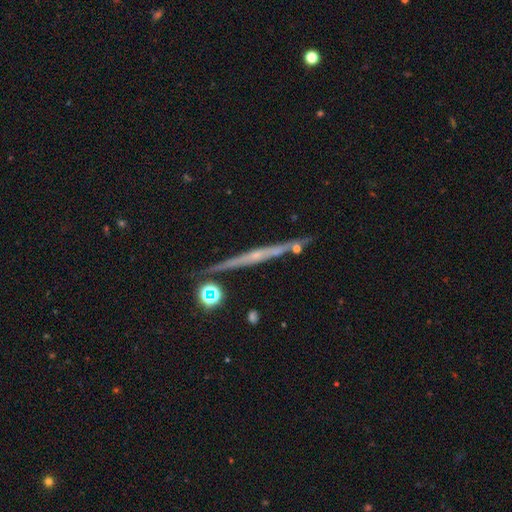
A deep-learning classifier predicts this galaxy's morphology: Overall: featured or disk (71%). Edge-on disk: yes (96%). Edge-on bulge: none (53%; rounded 41%). Merging: none (82%).